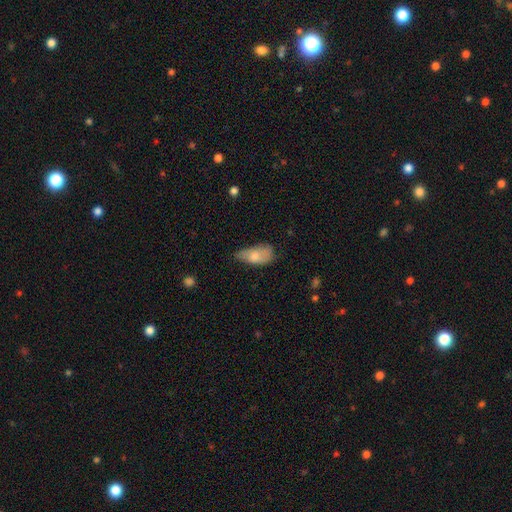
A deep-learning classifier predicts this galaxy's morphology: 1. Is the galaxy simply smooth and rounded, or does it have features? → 73% smooth, 20% featured or disk, 7% star or artifact.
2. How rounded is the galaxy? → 91% in between, 6% cigar-shaped, 3% round.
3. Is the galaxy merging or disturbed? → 42% minor disturbance, 38% none, 16% major disturbance, 3% merger.